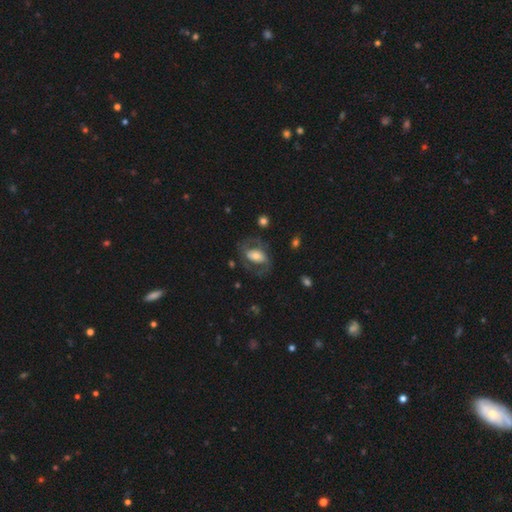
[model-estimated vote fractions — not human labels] Overall: featured or disk (57%; smooth 36%). Edge-on disk: no (94%). Bar: no (45%; weak 28%). Spiral arms: yes (59%; no 41%). Bulge size: moderate (49%; small 26%). Merging: none (58%; major disturbance 22%).